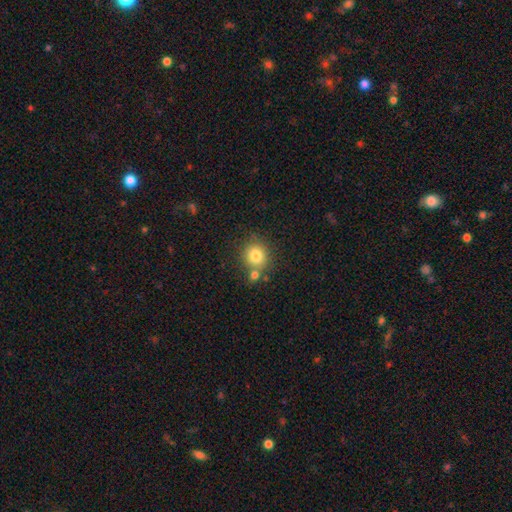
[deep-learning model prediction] This appears to be a smooth galaxy with no disk features (80%) that is round (87%). Merging: none (66%).